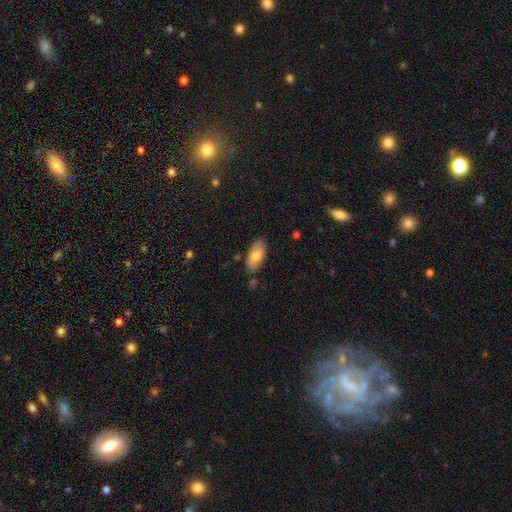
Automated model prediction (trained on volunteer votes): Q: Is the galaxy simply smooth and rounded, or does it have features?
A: smooth — 73%.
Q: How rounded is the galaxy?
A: in between — 93%.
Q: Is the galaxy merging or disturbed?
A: none — 82%.